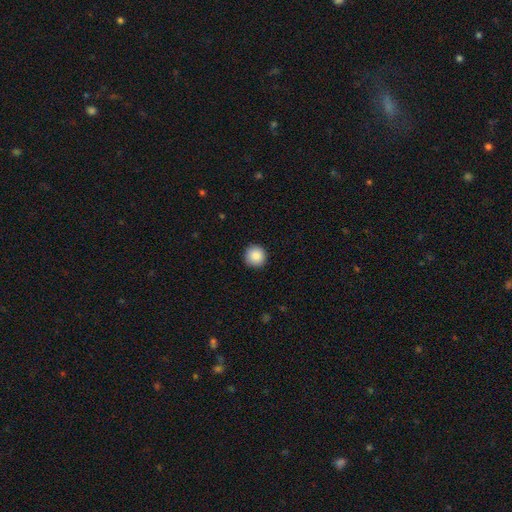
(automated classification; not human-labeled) Q: Smooth or featured?
A: smooth (88%); runner-up: star or artifact (8%)
Q: How rounded?
A: round (94%); runner-up: in between (5%)
Q: Merging?
A: none (91%); runner-up: minor disturbance (7%)